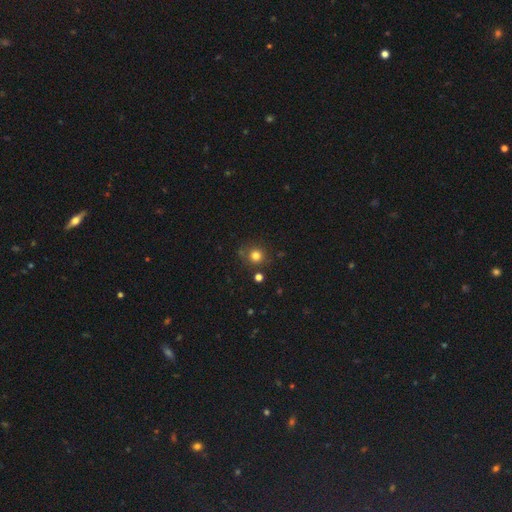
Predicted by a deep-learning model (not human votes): Smooth or featured?
  - smooth: 79% *
  - star or artifact: 14%
  - featured or disk: 7%
How rounded?
  - round: 91% *
  - in between: 8%
  - cigar-shaped: 1%
Merging?
  - none: 79% *
  - minor disturbance: 12%
  - merger: 5%
  - major disturbance: 4%